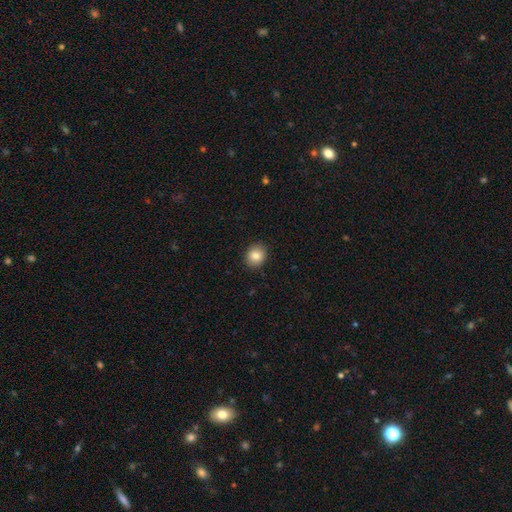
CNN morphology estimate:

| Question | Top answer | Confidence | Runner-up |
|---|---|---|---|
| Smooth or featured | smooth | 83% | star or artifact (9%) |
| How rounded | round | 73% | in between (26%) |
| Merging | none | 90% | minor disturbance (7%) |